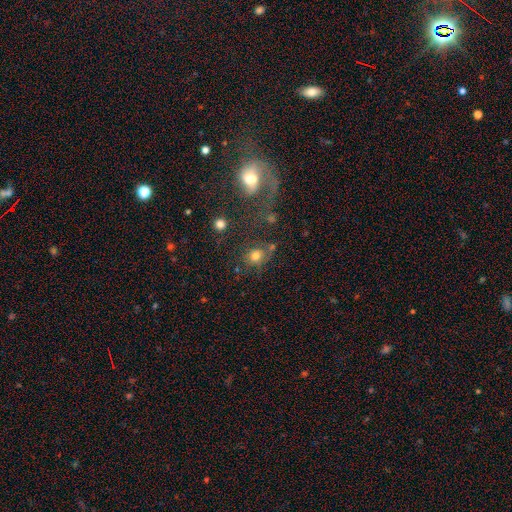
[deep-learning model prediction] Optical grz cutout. It shows a smooth galaxy with no disk features (71%) that is round (74%). Merging: none (59%).